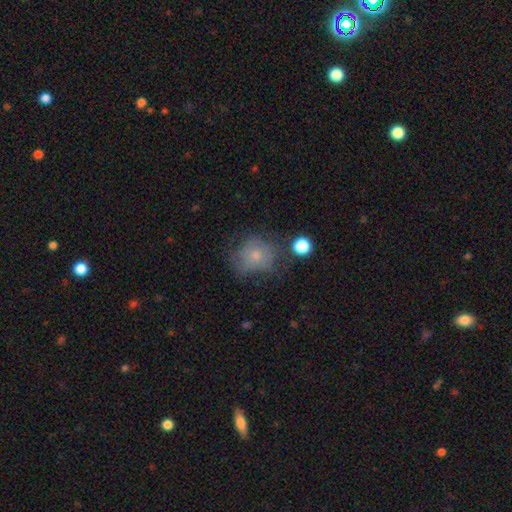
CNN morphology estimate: The model was most divided on "merging": none: 53%, minor disturbance: 27%, major disturbance: 16%, merger: 4%. More confident: how rounded — round (74%); smooth or featured — smooth (66%).